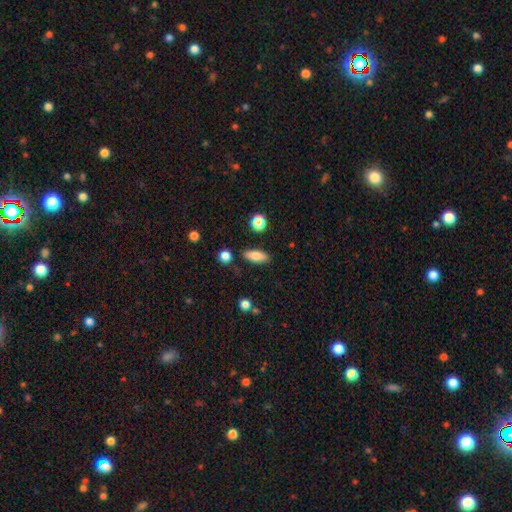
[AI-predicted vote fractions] This is clearly a smooth galaxy (81%). How rounded: likely in between (72%). Merging: clearly none (84%).